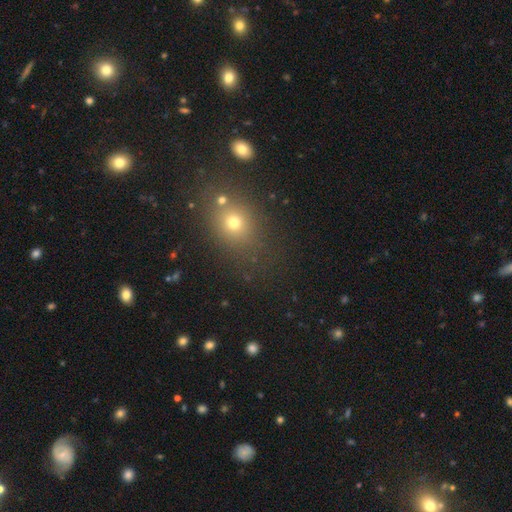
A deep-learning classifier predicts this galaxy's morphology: This appears to be a smooth galaxy with no disk features (57%) that is round (60%). Merging: none (79%).